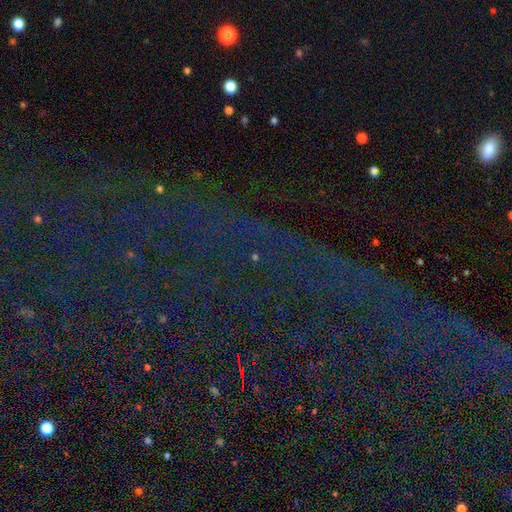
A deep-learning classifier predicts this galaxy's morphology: Smooth or featured?
  - star or artifact: 83% *
  - smooth: 9%
  - featured or disk: 8%